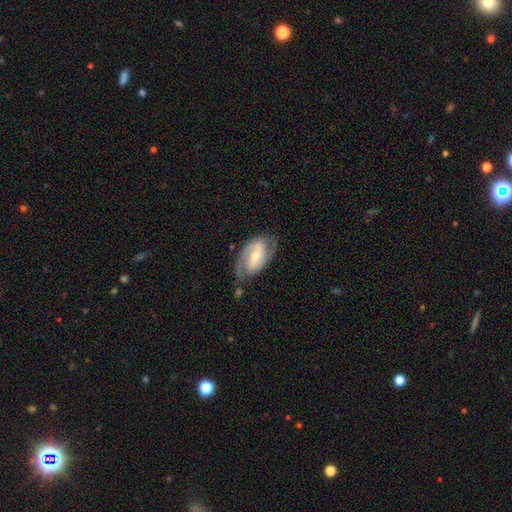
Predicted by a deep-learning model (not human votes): A featured or disk galaxy (82%) with a weak bar (45%), 2 (86%) medium (48%) spiral arms (93%) and a moderate central bulge (59%). Merging: none (67%).